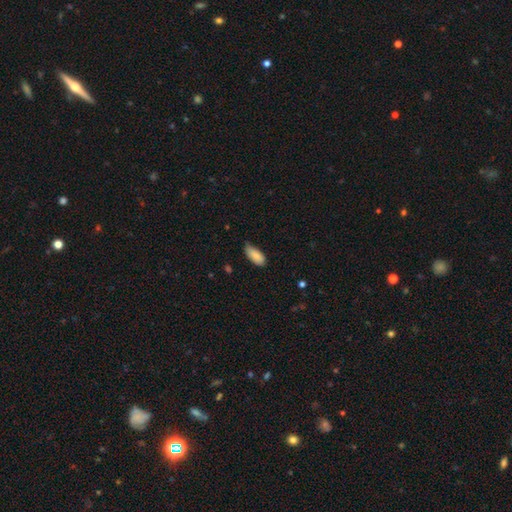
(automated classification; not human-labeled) Smooth or featured? Predicted: smooth (p=0.87). How rounded? Predicted: in between (p=0.88). Merging? Predicted: none (p=0.64).